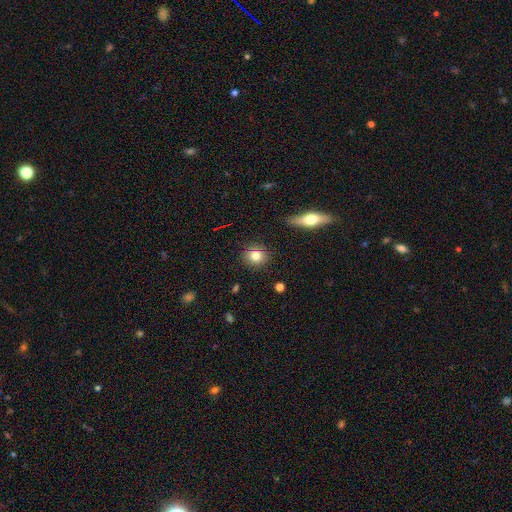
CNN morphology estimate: Q: Smooth or featured?
A: smooth (81%); runner-up: star or artifact (10%)
Q: How rounded?
A: round (82%); runner-up: in between (16%)
Q: Merging?
A: none (88%); runner-up: minor disturbance (8%)